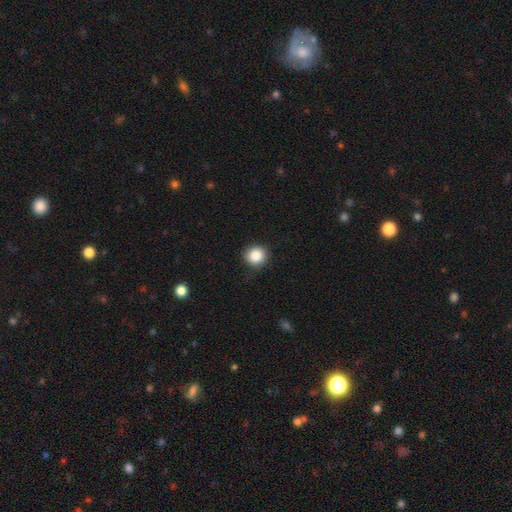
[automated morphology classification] smooth_or_featured: smooth (p=0.86) [alt: star or artifact p=0.10]
how_rounded: round (p=0.91) [alt: in between p=0.08]
merging: none (p=0.87) [alt: minor disturbance p=0.09]